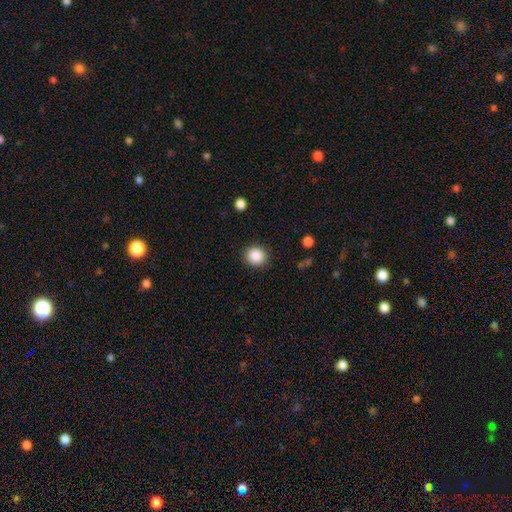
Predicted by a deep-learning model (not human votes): Smooth or featured? smooth (88%)
How rounded? round (88%)
Merging? none (89%)